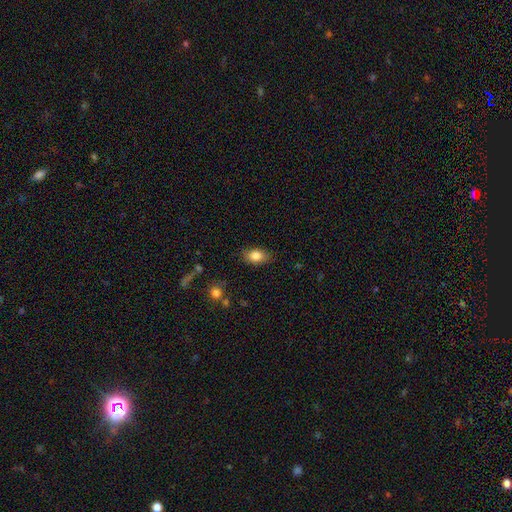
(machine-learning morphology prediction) Smooth or featured?
  - smooth: 84% *
  - star or artifact: 8%
  - featured or disk: 8%
How rounded?
  - in between: 83% *
  - round: 15%
  - cigar-shaped: 2%
Merging?
  - none: 79% *
  - minor disturbance: 17%
  - major disturbance: 3%
  - merger: 1%